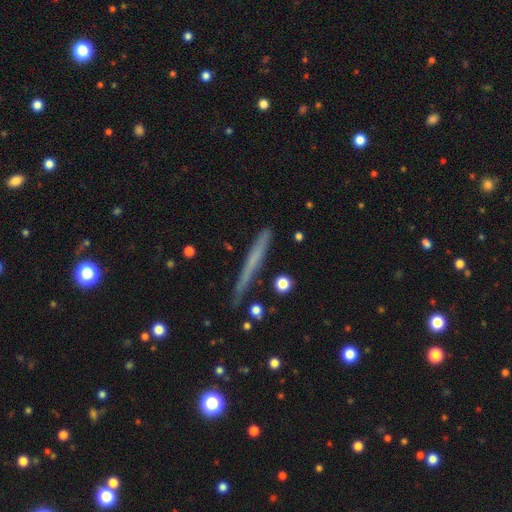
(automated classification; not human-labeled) A smooth galaxy with no disk features (53%) that is cigar-shaped (96%). Merging: none (77%).